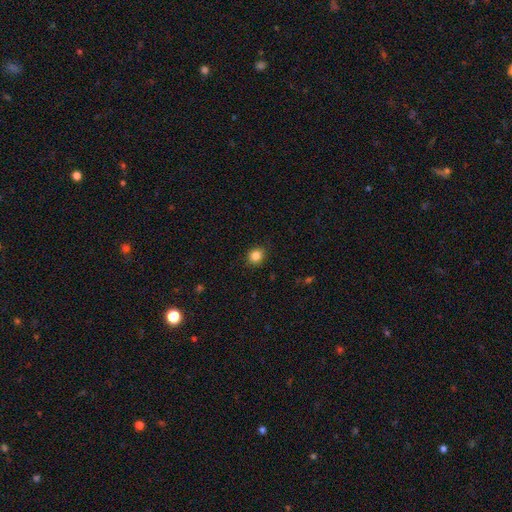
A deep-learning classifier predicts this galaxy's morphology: Smooth or featured?
  - smooth: 85% *
  - star or artifact: 11%
  - featured or disk: 4%
How rounded?
  - round: 69% *
  - in between: 30%
  - cigar-shaped: 1%
Merging?
  - none: 87% *
  - minor disturbance: 10%
  - major disturbance: 2%
  - merger: 1%